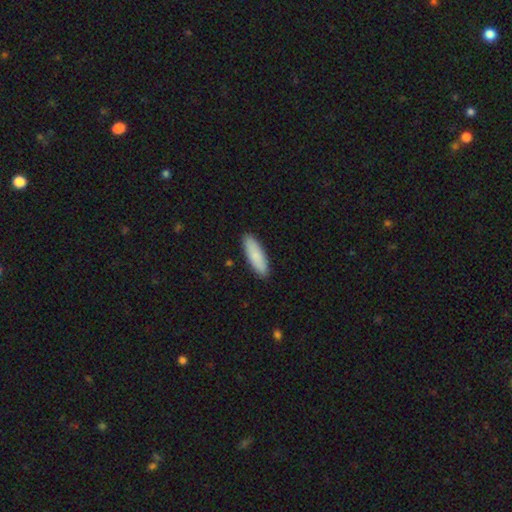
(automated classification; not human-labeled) Smooth or featured? Predicted: smooth (p=0.86). How rounded? Predicted: in between (p=0.50). Merging? Predicted: none (p=0.90).